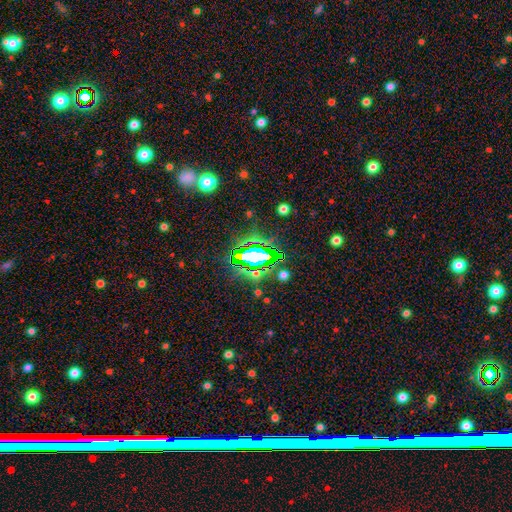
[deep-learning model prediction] smooth-or-featured: star or artifact: 70% | smooth: 17% | featured or disk: 13%